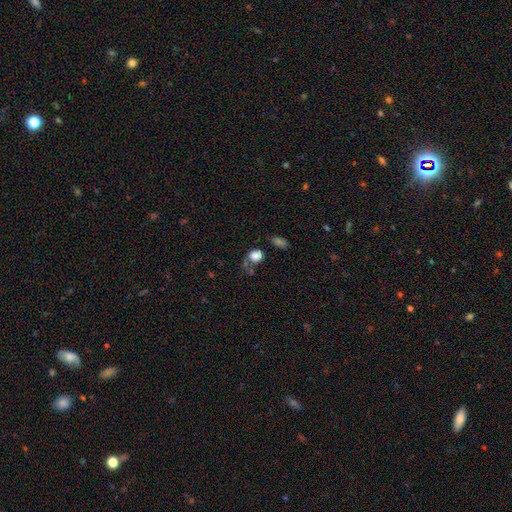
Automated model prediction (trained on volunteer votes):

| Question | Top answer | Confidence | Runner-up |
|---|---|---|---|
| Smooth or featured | smooth | 77% | star or artifact (13%) |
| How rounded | round | 62% | in between (37%) |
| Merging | none | 42% | major disturbance (21%) |